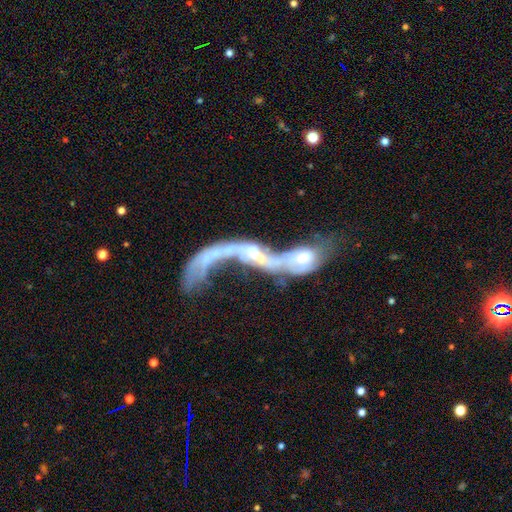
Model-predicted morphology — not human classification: featured or disk 74%, smooth 16%, star or artifact 11%. Down the decision tree: edge-on disk — no (87%); bar — no (63%); spiral arms — yes (58%); bulge size — small (43%); merging — merger (73%).